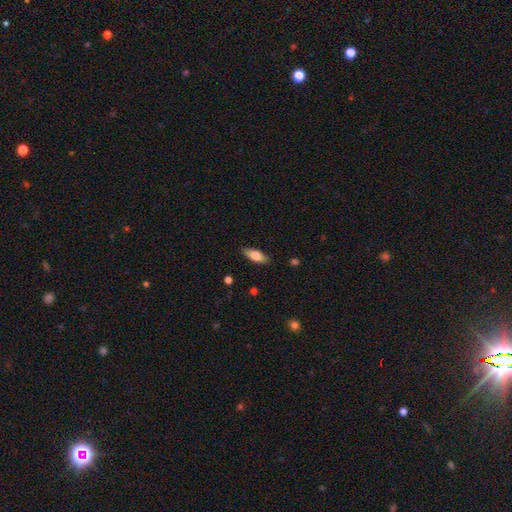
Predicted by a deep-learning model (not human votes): A smooth galaxy with no disk features (73%) that is in between round and cigar-shaped (75%). Merging: none (85%).